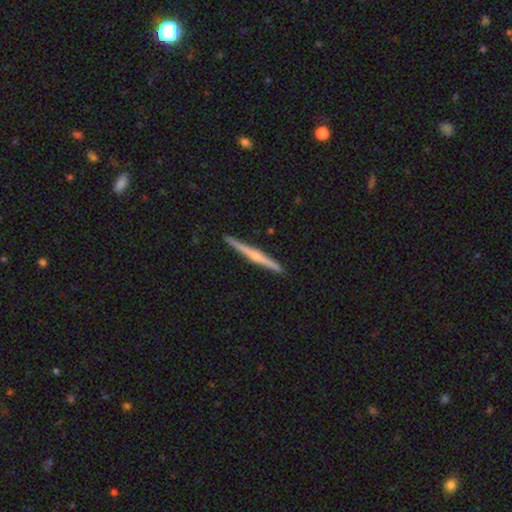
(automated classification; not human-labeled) The model was most divided on "smooth or featured": featured or disk: 69%, smooth: 26%, star or artifact: 5%. More confident: edge-on disk — yes (98%); merging — none (92%); edge-on bulge — rounded (72%).